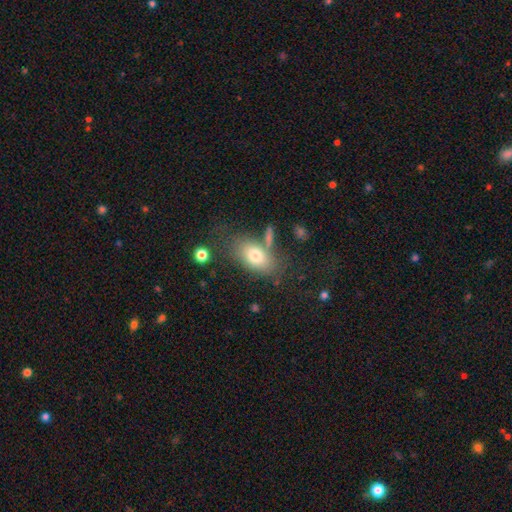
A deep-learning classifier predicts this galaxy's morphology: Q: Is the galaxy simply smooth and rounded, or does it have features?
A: smooth — 73%.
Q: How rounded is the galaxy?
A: in between — 87%.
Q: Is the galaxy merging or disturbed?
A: none — 64%.